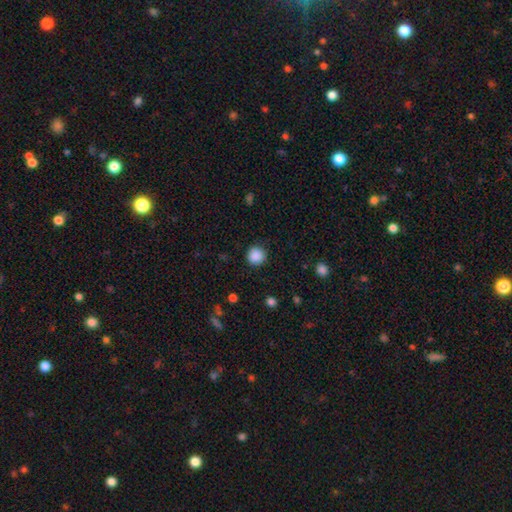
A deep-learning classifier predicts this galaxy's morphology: This is clearly a smooth galaxy (88%). How rounded: clearly round (94%). Merging: clearly none (89%).